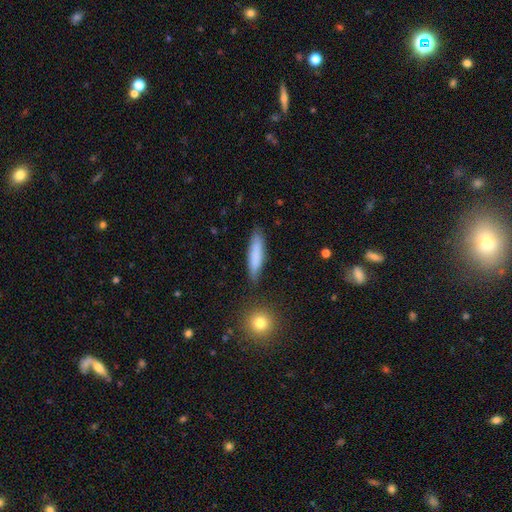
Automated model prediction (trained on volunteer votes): Smooth or featured: smooth — 80% (featured or disk — 13%)
How rounded: cigar-shaped — 81% (in between — 17%)
Merging: none — 85% (minor disturbance — 10%)